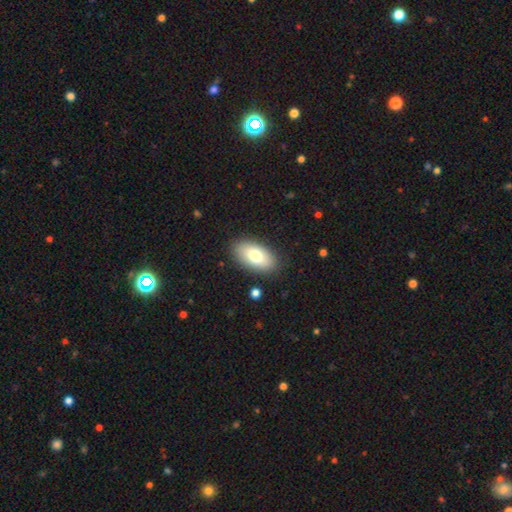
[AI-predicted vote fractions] smooth 75%, featured or disk 18%, star or artifact 7%. Down the decision tree: how rounded — in between (93%); merging — none (86%).